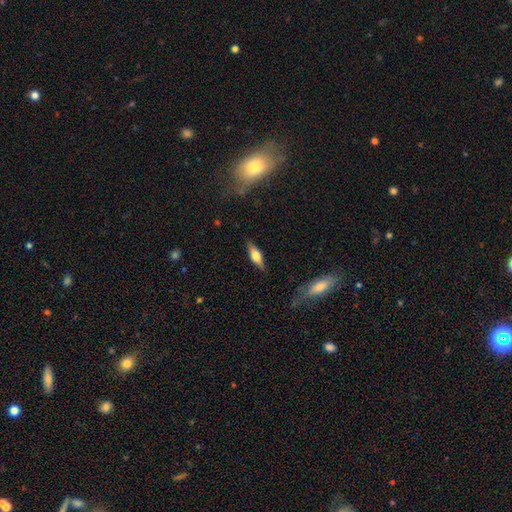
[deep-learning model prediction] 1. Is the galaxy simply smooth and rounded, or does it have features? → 48% smooth, 45% featured or disk, 7% star or artifact.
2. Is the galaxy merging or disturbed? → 84% none, 11% minor disturbance, 3% major disturbance, 1% merger.